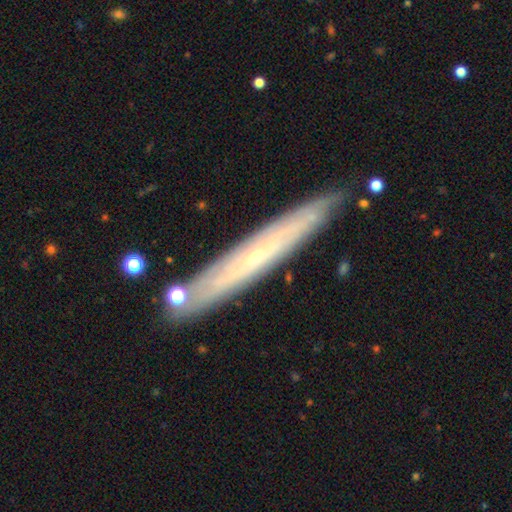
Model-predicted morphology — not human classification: This is likely a featured or disk galaxy (65%). It is likely viewed edge-on (80%). Edge-on bulge: likely none (61%). Merging: clearly none (87%).